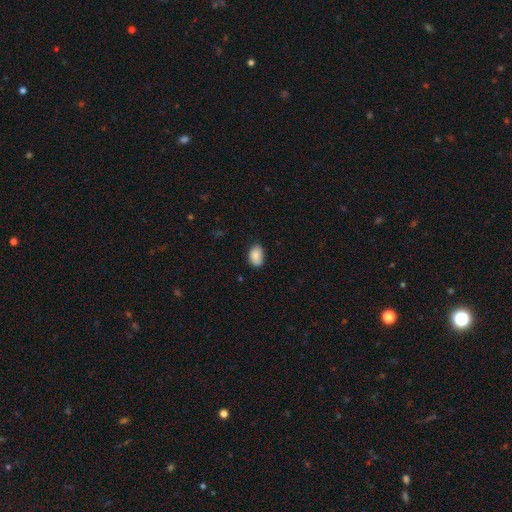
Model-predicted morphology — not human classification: smooth_or_featured: smooth (p=0.87) [alt: star or artifact p=0.07]
how_rounded: in between (p=0.88) [alt: round p=0.11]
merging: none (p=0.77) [alt: minor disturbance p=0.19]